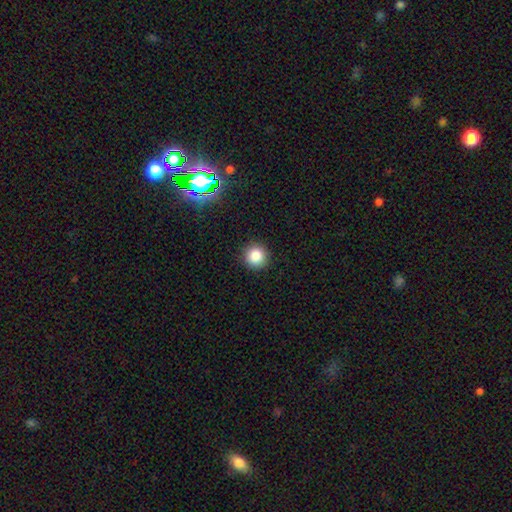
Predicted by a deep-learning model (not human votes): smooth 85%, star or artifact 10%, featured or disk 5%. Down the decision tree: how rounded — round (95%); merging — none (92%).